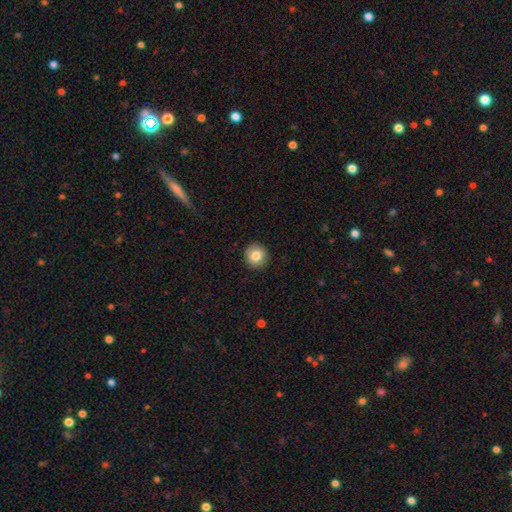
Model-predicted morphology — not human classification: type=smooth (82%); roundness=round (93%); merging=none (92%).